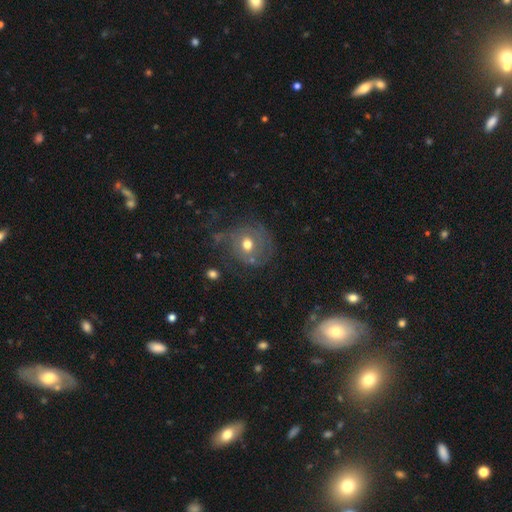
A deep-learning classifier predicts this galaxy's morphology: featured or disk 38%, star or artifact 34%, smooth 28%. Down the decision tree: merging — none (69%).